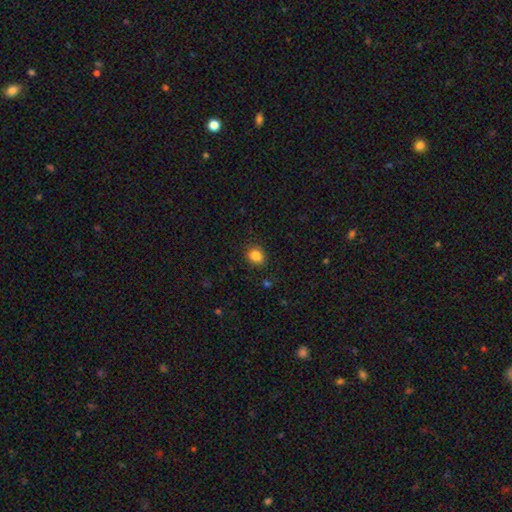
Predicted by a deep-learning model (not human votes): Morphology: type=smooth (85%); roundness=round (63%); merging=none (86%).